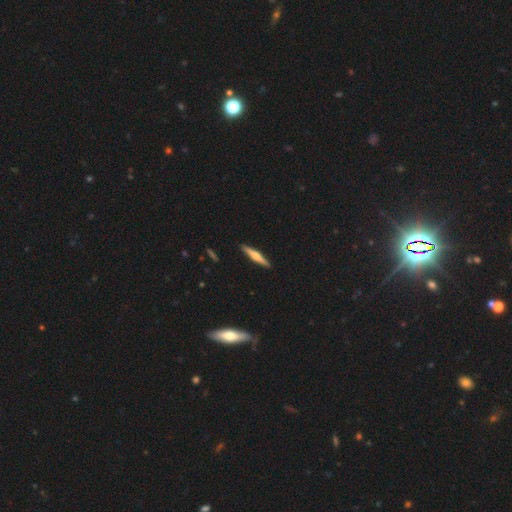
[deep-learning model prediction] Smooth or featured?
  - featured or disk: 53% *
  - smooth: 41%
  - star or artifact: 6%
Edge-on disk?
  - yes: 97% *
  - no: 3%
Edge-on bulge?
  - rounded: 77% *
  - boxy: 12%
  - none: 11%
Merging?
  - none: 91% *
  - minor disturbance: 6%
  - major disturbance: 1%
  - merger: 1%